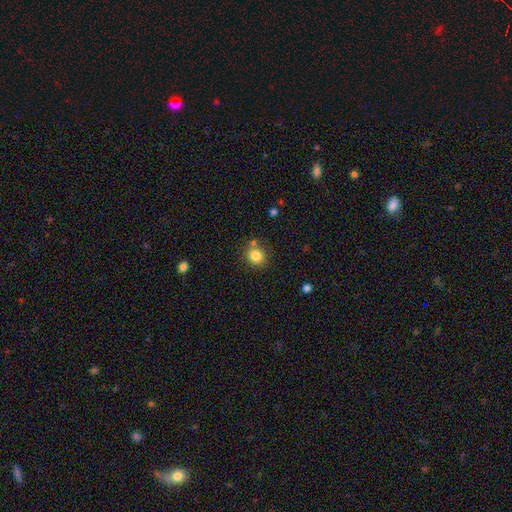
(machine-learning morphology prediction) A smooth galaxy with no disk features (83%) that is round (85%). Merging: none (77%).